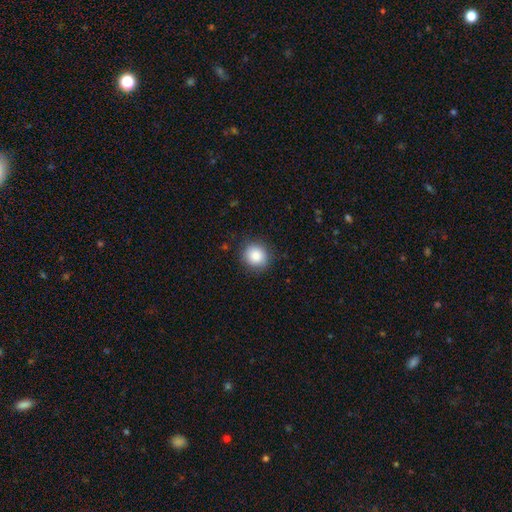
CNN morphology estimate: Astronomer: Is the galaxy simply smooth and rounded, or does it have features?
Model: smooth — 87%.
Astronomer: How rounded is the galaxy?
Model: round — 84%.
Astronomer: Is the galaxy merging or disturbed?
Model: none — 87%.